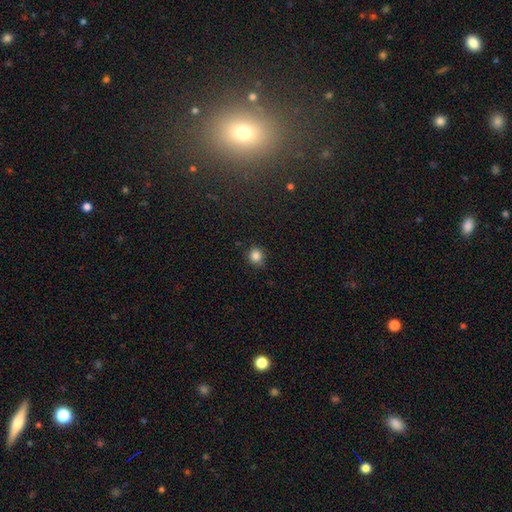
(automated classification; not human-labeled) The model was most divided on "merging": none: 83%, minor disturbance: 13%, major disturbance: 2%, merger: 1%. More confident: how rounded — round (89%); smooth or featured — smooth (84%).